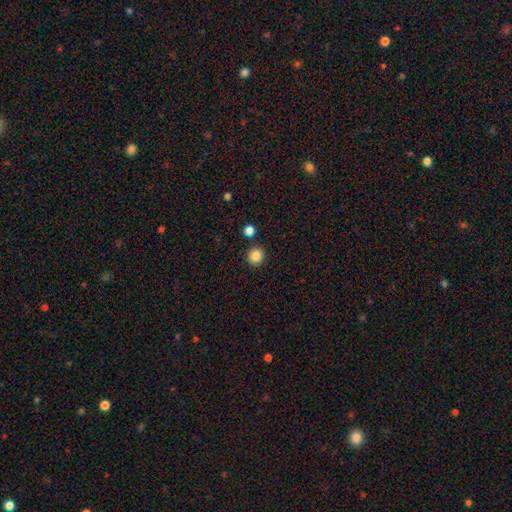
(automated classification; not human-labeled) Overall: smooth (85%). How rounded: round (94%). Merging: none (89%).